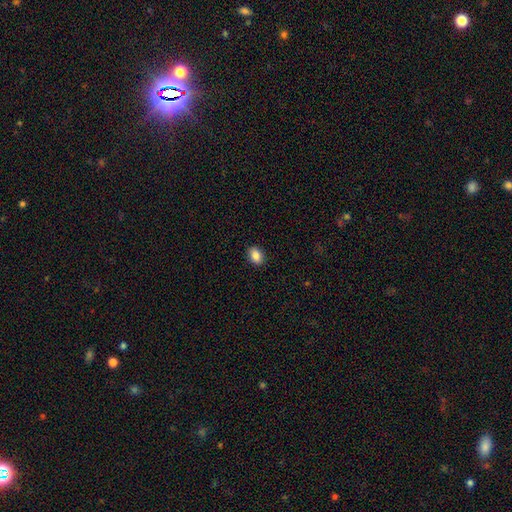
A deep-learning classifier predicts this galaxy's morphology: Overall: smooth (87%). How rounded: in between (74%). Merging: none (90%).